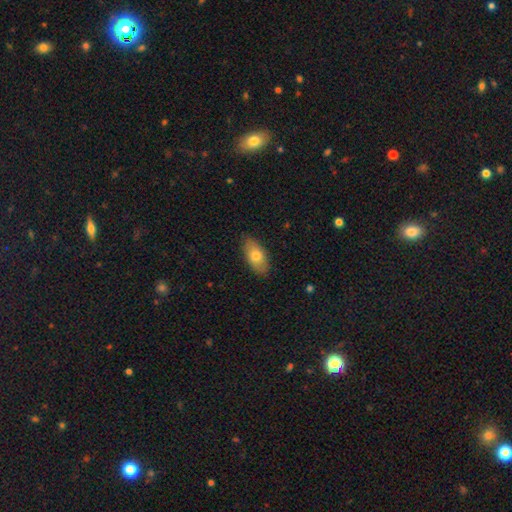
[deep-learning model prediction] smooth 74%, featured or disk 19%, star or artifact 7%. Down the decision tree: how rounded — in between (91%); merging — none (84%).